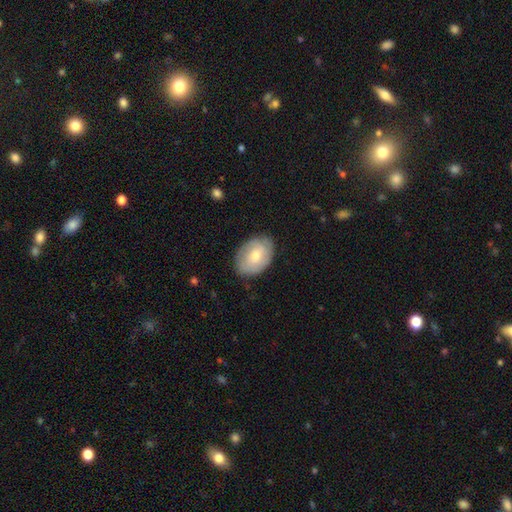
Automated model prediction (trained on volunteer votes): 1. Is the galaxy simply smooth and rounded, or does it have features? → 54% smooth, 39% featured or disk, 7% star or artifact.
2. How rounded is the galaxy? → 79% in between, 19% round, 1% cigar-shaped.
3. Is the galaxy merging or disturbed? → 80% none, 16% minor disturbance, 4% major disturbance, 1% merger.